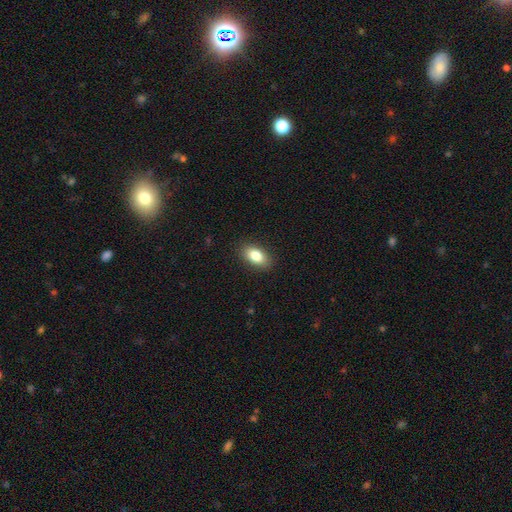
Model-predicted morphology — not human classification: type=smooth (83%); roundness=in between (90%); merging=none (88%).